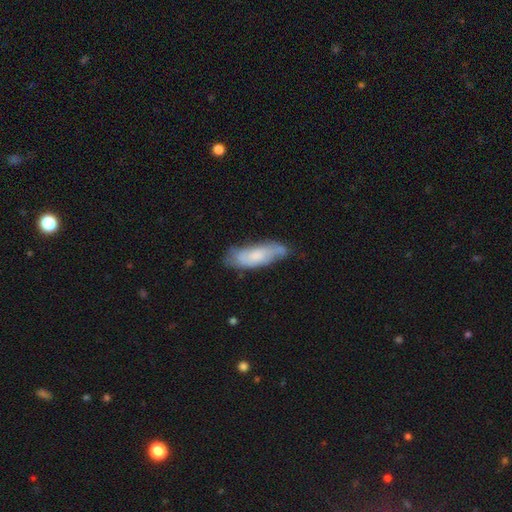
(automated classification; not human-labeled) smooth_or_featured: smooth (p=0.55) [alt: featured or disk p=0.39]
how_rounded: in between (p=0.57) [alt: cigar-shaped p=0.41]
merging: none (p=0.59) [alt: minor disturbance p=0.29]